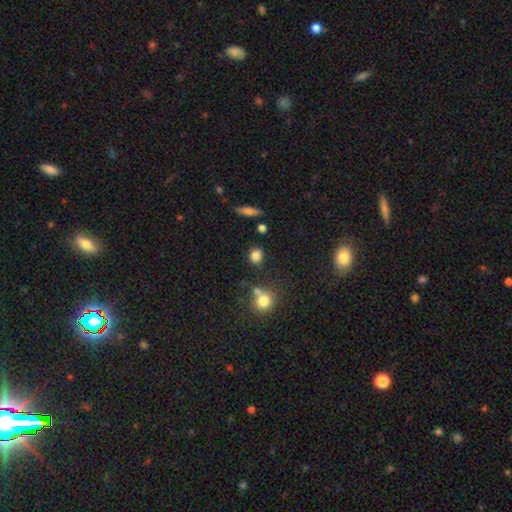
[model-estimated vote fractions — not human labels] A smooth galaxy with no disk features (82%) that is round (76%). Merging: none (75%).